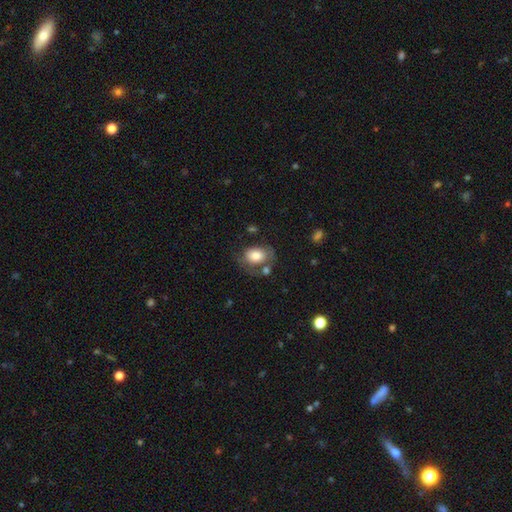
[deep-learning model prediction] Smooth or featured? Predicted: smooth (p=0.74). How rounded? Predicted: in between (p=0.69). Merging? Predicted: none (p=0.47).